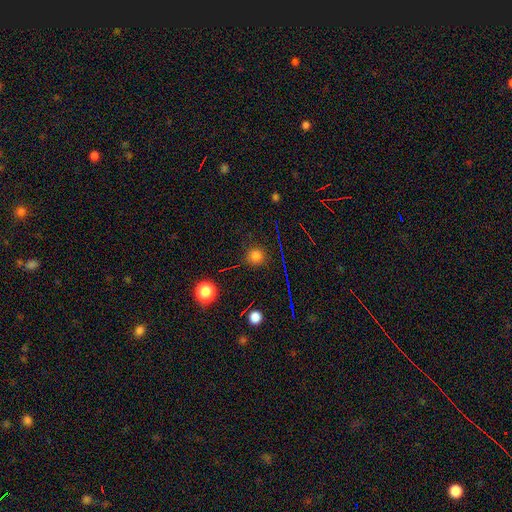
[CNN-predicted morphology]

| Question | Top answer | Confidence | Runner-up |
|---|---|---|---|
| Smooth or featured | smooth | 71% | star or artifact (23%) |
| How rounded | round | 92% | in between (7%) |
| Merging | none | 87% | minor disturbance (8%) |